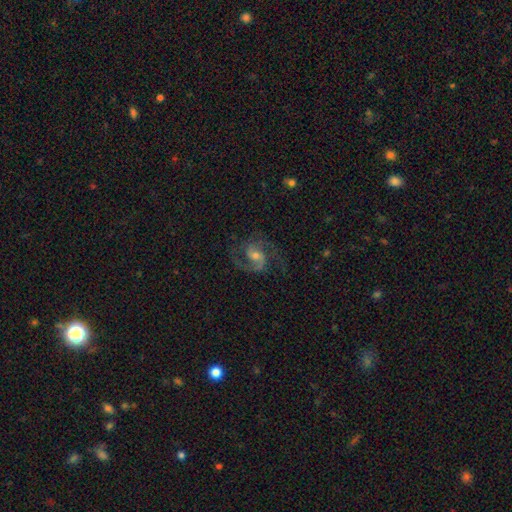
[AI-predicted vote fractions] Smooth or featured?
  - featured or disk: 88% *
  - star or artifact: 6%
  - smooth: 6%
Edge-on disk?
  - no: 98% *
  - yes: 2%
Bar?
  - weak: 48% *
  - no: 36%
  - strong: 15%
Spiral arms?
  - yes: 98% *
  - no: 2%
Spiral winding?
  - medium: 62% *
  - loose: 22%
  - tight: 16%
Spiral arm count?
  - 2: 89% *
  - 3: 3%
  - can't tell: 3%
  - 1: 2%
  - 4: 1%
  - more than 4: 1%
Bulge size?
  - moderate: 47% *
  - small: 44%
  - large: 4%
  - none: 4%
  - dominant: 1%
Merging?
  - none: 74% *
  - minor disturbance: 14%
  - major disturbance: 10%
  - merger: 1%